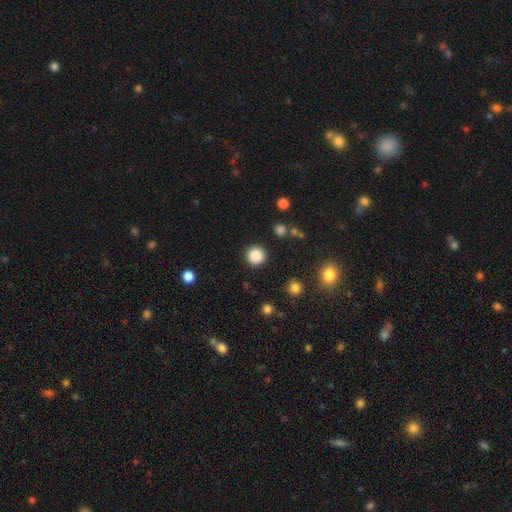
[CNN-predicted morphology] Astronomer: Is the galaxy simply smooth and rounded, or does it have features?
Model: smooth — 86%.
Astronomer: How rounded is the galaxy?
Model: round — 95%.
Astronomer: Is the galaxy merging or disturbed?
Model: none — 91%.